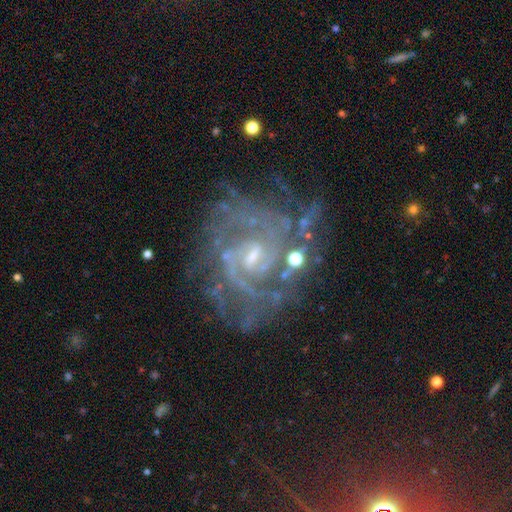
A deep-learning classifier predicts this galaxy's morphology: A featured or disk galaxy (81%) with no bar (52%), tight (60%) spiral arms (93%) and a small central bulge (67%). Merging: none (65%).